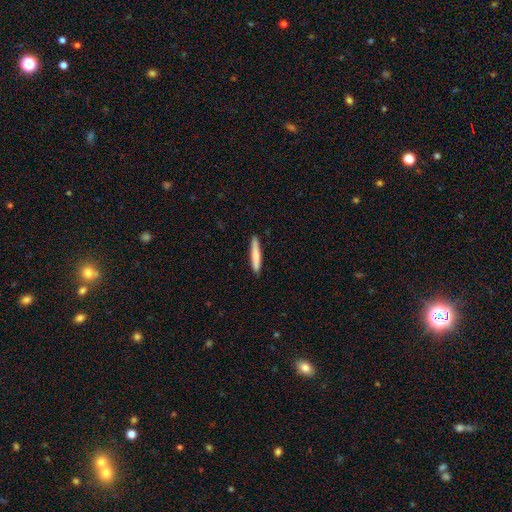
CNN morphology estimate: Smooth or featured? smooth (79%)
How rounded? cigar-shaped (94%)
Merging? none (90%)